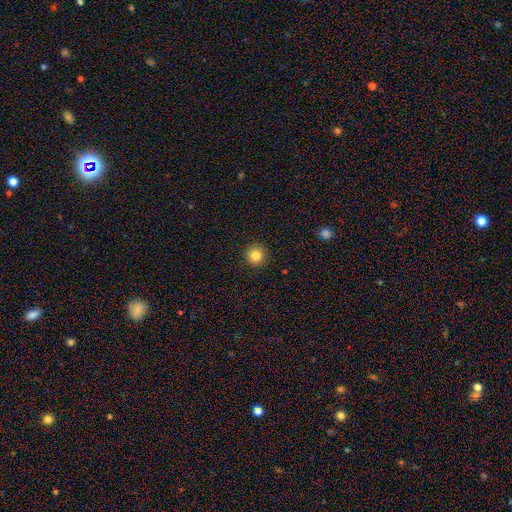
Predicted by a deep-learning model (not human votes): Smooth or featured? Predicted: smooth (p=0.84). How rounded? Predicted: round (p=0.95). Merging? Predicted: none (p=0.92).